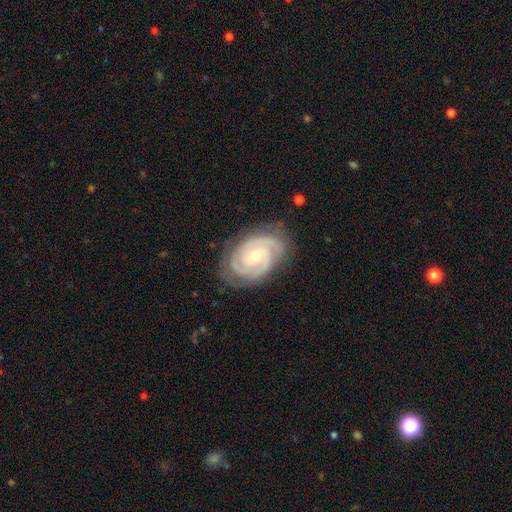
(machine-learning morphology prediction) Q: Smooth or featured?
A: featured or disk (89%); runner-up: smooth (6%)
Q: Edge-on disk?
A: no (97%); runner-up: yes (3%)
Q: Bar?
A: no (62%); runner-up: weak (31%)
Q: Spiral arms?
A: yes (98%); runner-up: no (2%)
Q: Spiral winding?
A: tight (72%); runner-up: medium (24%)
Q: Spiral arm count?
A: 2 (47%); runner-up: 3 (27%)
Q: Bulge size?
A: small (54%); runner-up: moderate (43%)
Q: Merging?
A: none (76%); runner-up: minor disturbance (18%)